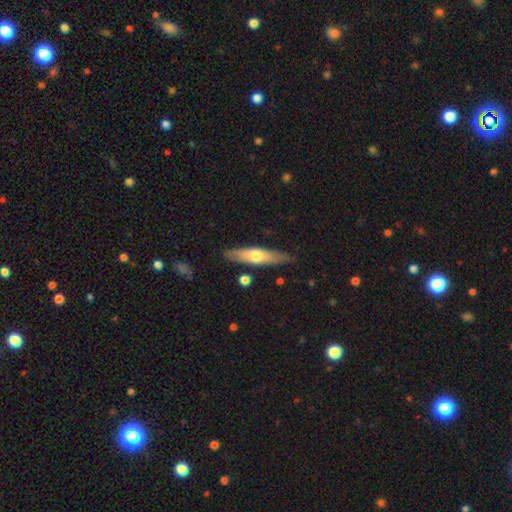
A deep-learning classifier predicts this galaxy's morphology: type=smooth (50%); roundness=cigar-shaped (74%); merging=none (82%).